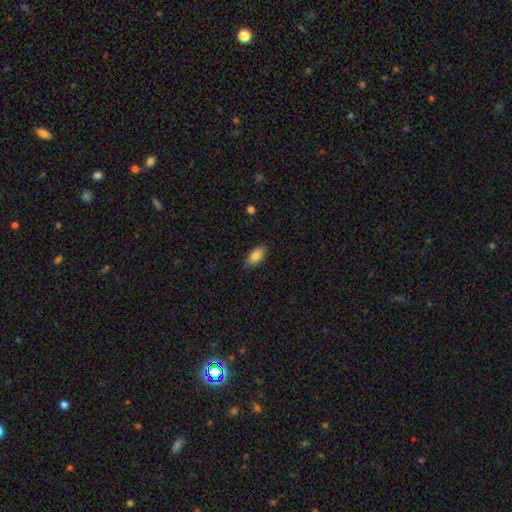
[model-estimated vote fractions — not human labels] Smooth or featured? Predicted: smooth (p=0.85). How rounded? Predicted: in between (p=0.91). Merging? Predicted: none (p=0.82).